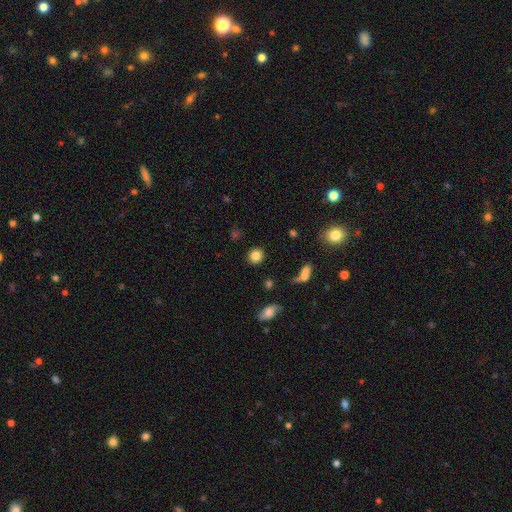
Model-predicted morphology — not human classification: A smooth galaxy with no disk features (83%) that is round (87%).

Vote fractions:
- Smooth or featured? smooth: 83% / star or artifact: 10% / featured or disk: 6%
- How rounded? round: 87% / in between: 12% / cigar-shaped: 1%
- Merging? none: 90% / minor disturbance: 6% / major disturbance: 2% / merger: 2%